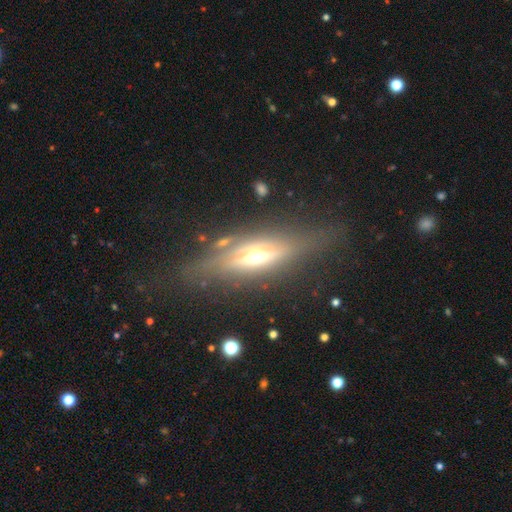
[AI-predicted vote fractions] This appears to be a featured or disk galaxy (69%) viewed edge-on (85%) with a rounded central bulge (90%). Merging: none (69%).